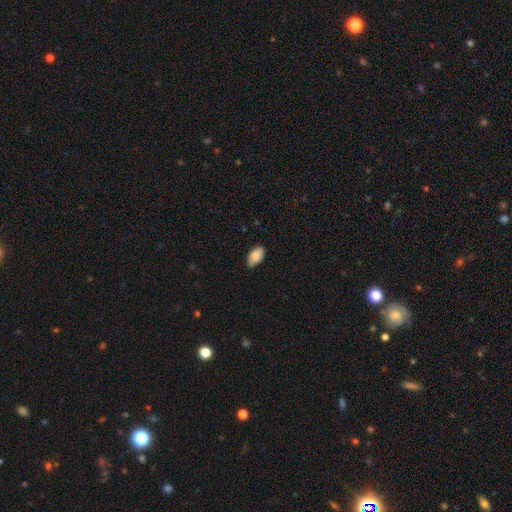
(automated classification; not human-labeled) This appears to be a smooth galaxy with no disk features (84%) that is in between round and cigar-shaped (94%). Merging: none (67%).